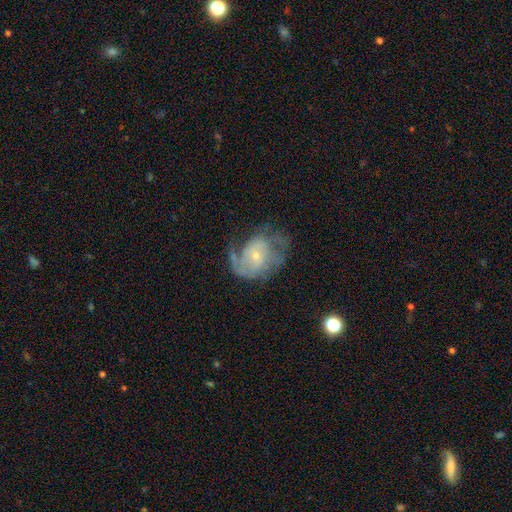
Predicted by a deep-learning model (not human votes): Q: Smooth or featured?
A: featured or disk (74%); runner-up: smooth (19%)
Q: Edge-on disk?
A: no (97%); runner-up: yes (3%)
Q: Bar?
A: no (69%); runner-up: weak (26%)
Q: Spiral arms?
A: yes (82%); runner-up: no (18%)
Q: Spiral winding?
A: medium (42%); runner-up: tight (30%)
Q: Spiral arm count?
A: 2 (38%); runner-up: can't tell (29%)
Q: Bulge size?
A: small (69%); runner-up: moderate (26%)
Q: Merging?
A: none (41%); runner-up: major disturbance (33%)